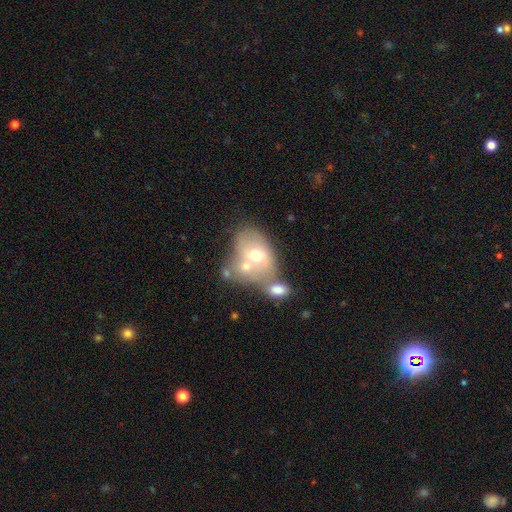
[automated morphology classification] Smooth or featured?
  - smooth: 54% *
  - featured or disk: 37%
  - star or artifact: 9%
How rounded?
  - in between: 68% *
  - round: 31%
  - cigar-shaped: 1%
Merging?
  - merger: 60% *
  - none: 22%
  - minor disturbance: 11%
  - major disturbance: 8%